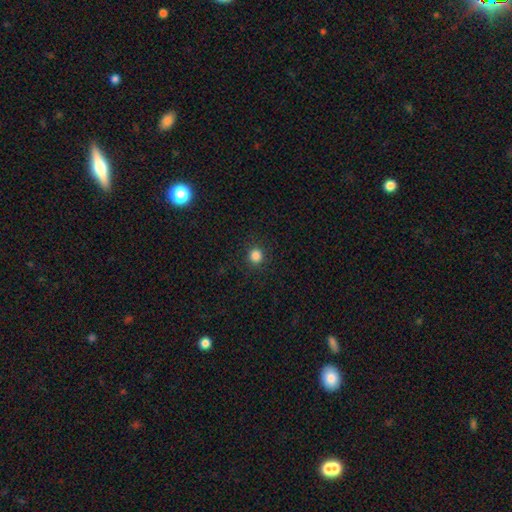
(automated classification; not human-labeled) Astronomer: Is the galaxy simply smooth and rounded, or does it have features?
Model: smooth — 84%.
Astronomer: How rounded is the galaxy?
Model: round — 93%.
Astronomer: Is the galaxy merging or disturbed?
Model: none — 91%.